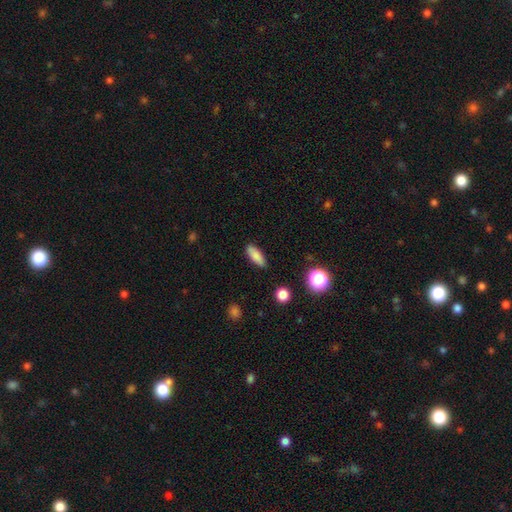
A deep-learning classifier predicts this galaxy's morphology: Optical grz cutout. It shows a smooth galaxy with no disk features (83%) that is in between round and cigar-shaped (64%). Merging: none (87%).